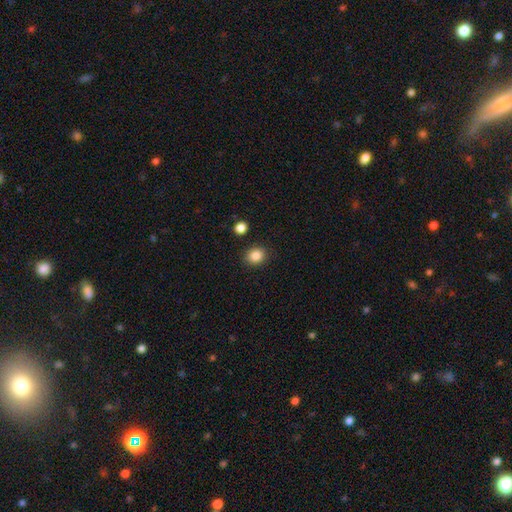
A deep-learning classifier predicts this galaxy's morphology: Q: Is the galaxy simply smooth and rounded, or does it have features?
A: smooth — 86%.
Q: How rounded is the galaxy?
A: round — 68%.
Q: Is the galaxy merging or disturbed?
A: none — 88%.